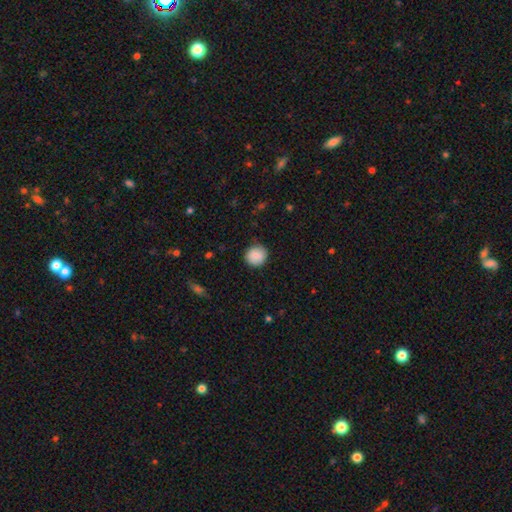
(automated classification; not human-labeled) The model was most divided on "merging": none: 87%, minor disturbance: 9%, major disturbance: 2%, merger: 1%. More confident: how rounded — round (92%); smooth or featured — smooth (88%).